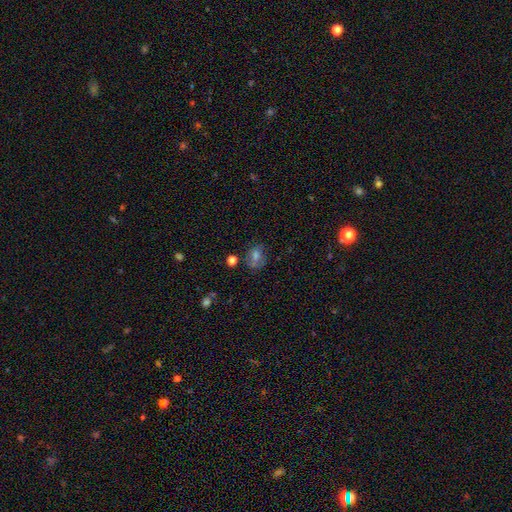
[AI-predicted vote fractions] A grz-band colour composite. It shows a smooth galaxy with no disk features (49%). Merging: none (63%).